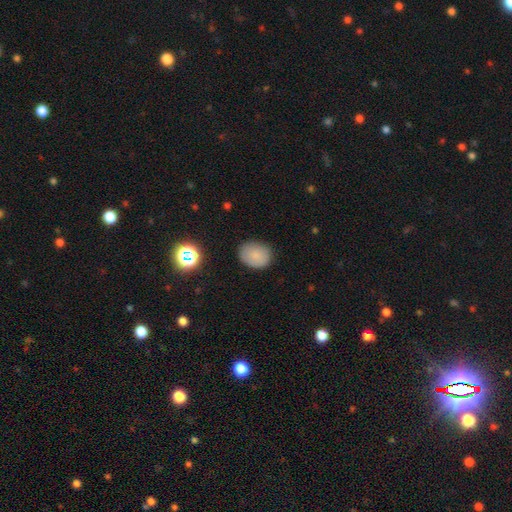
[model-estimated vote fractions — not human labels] A smooth galaxy with no disk features (80%) that is round (51%). Merging: none (82%).